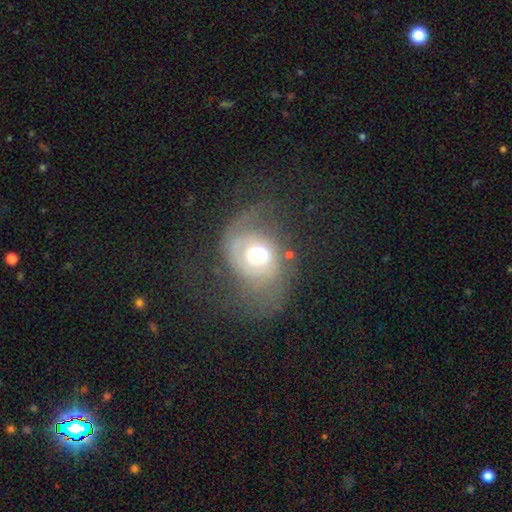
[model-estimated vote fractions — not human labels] Smooth or featured? Predicted: featured or disk (p=0.64). Edge-on disk? Predicted: no (p=0.97). Bar? Predicted: no (p=0.67). Spiral arms? Predicted: yes (p=0.69). Bulge size? Predicted: moderate (p=0.66). Merging? Predicted: major disturbance (p=0.32).